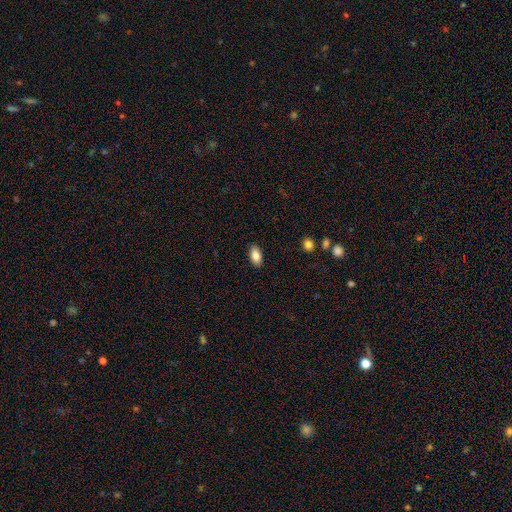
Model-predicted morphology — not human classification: type=smooth (85%); roundness=in between (92%); merging=none (89%).